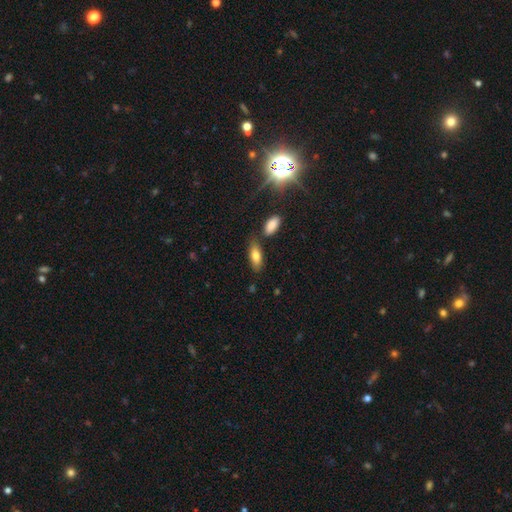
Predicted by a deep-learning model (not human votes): Q: Smooth or featured?
A: smooth (77%); runner-up: featured or disk (15%)
Q: How rounded?
A: in between (79%); runner-up: cigar-shaped (19%)
Q: Merging?
A: none (72%); runner-up: minor disturbance (14%)